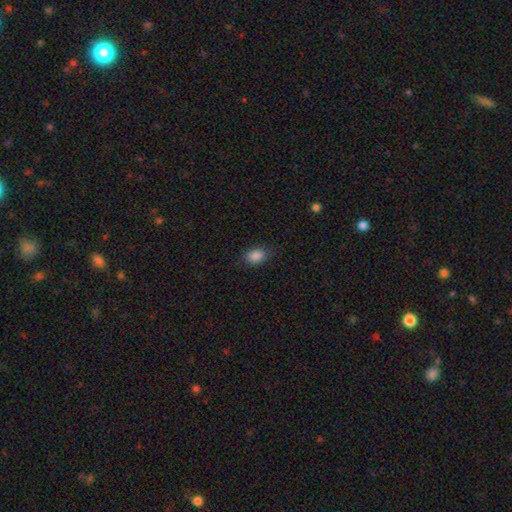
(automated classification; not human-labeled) This is clearly a smooth galaxy (87%). How rounded: clearly in between (83%). Merging: clearly none (80%).